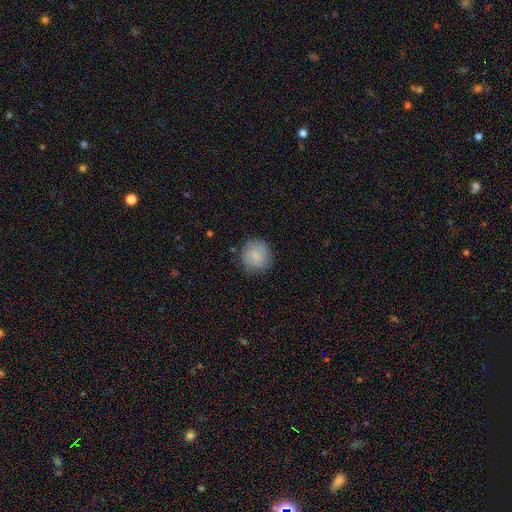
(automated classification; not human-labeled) smooth_or_featured: smooth (p=0.80) [alt: featured or disk p=0.13]
how_rounded: round (p=0.93) [alt: in between p=0.06]
merging: none (p=0.84) [alt: minor disturbance p=0.12]